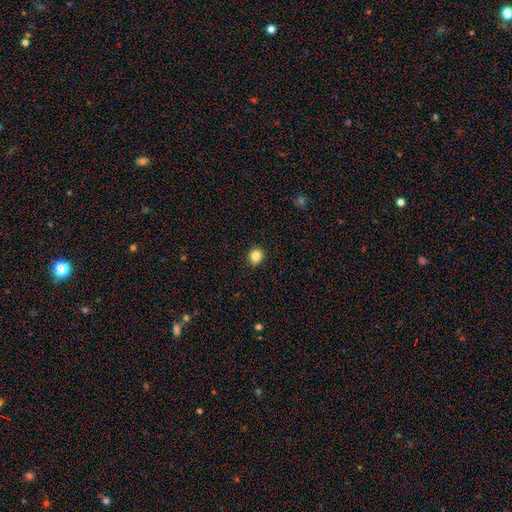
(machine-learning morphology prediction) smooth_or_featured: smooth (p=0.84) [alt: star or artifact p=0.11]
how_rounded: round (p=0.70) [alt: in between p=0.29]
merging: none (p=0.87) [alt: minor disturbance p=0.10]